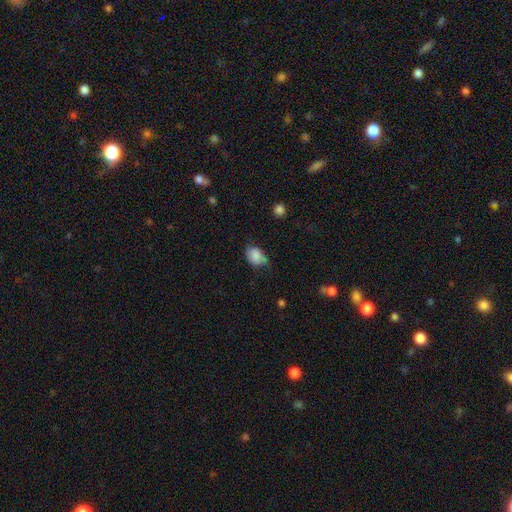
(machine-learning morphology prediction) Smooth or featured? Predicted: smooth (p=0.84). How rounded? Predicted: in between (p=0.69). Merging? Predicted: none (p=0.52).